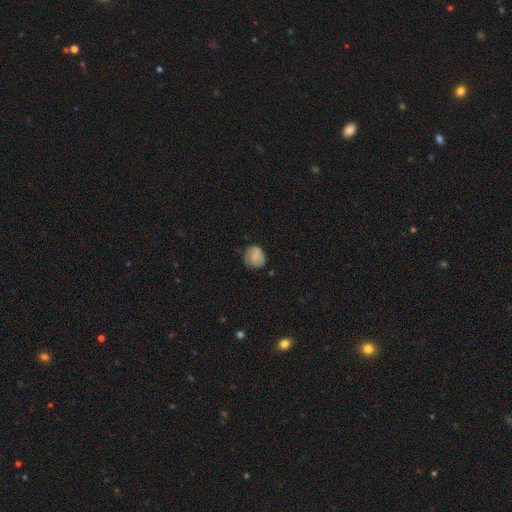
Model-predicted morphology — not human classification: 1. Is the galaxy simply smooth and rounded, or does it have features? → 72% smooth, 18% featured or disk, 9% star or artifact.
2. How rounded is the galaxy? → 73% round, 26% in between, 1% cigar-shaped.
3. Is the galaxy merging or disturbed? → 60% none, 28% minor disturbance, 10% major disturbance, 2% merger.